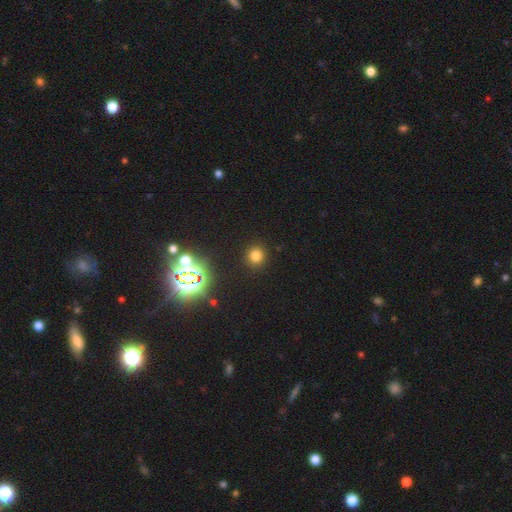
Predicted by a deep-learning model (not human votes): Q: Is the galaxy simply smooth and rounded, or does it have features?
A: smooth — 73%.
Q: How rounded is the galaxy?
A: round — 92%.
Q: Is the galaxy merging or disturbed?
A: none — 91%.